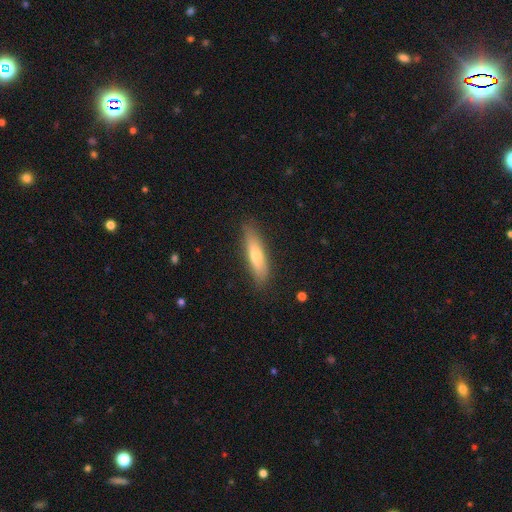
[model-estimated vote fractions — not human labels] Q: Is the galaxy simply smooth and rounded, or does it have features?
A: smooth — 66%.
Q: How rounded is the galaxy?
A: cigar-shaped — 74%.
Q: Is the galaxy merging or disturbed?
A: none — 84%.